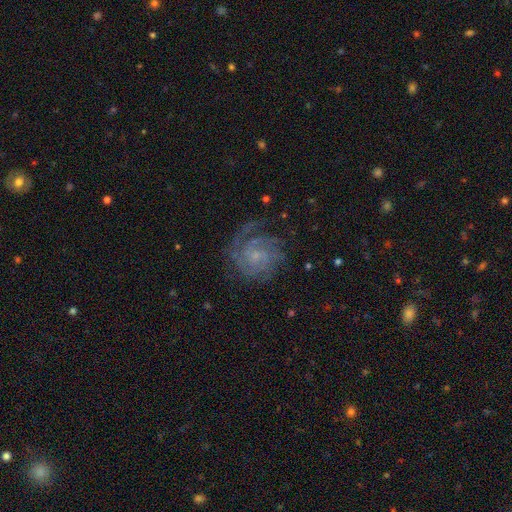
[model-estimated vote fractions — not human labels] smooth-or-featured: featured or disk: 82% | smooth: 10% | star or artifact: 9%
  disk-edge-on: no: 98% | yes: 2%
    bar: no: 68% | weak: 28% | strong: 4%
    has-spiral-arms: yes: 96% | no: 4%
      spiral-winding: tight: 60% | medium: 32% | loose: 8%
      spiral-arm-count: can't tell: 28% | 3: 26% | 2: 18% | 4: 13% | 1: 8% | more than 4: 7%
    bulge-size: small: 73% | moderate: 14% | none: 11% | large: 1% | dominant: 1%
  merging: none: 68% | minor disturbance: 17% | major disturbance: 13% | merger: 1%